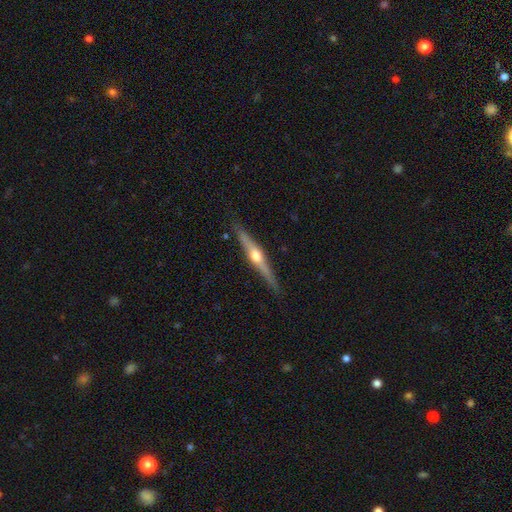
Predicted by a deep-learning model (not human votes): Smooth or featured?
  - featured or disk: 75% *
  - smooth: 20%
  - star or artifact: 5%
Edge-on disk?
  - yes: 98% *
  - no: 2%
Edge-on bulge?
  - rounded: 94% *
  - none: 3%
  - boxy: 3%
Merging?
  - none: 89% *
  - minor disturbance: 8%
  - major disturbance: 2%
  - merger: 1%